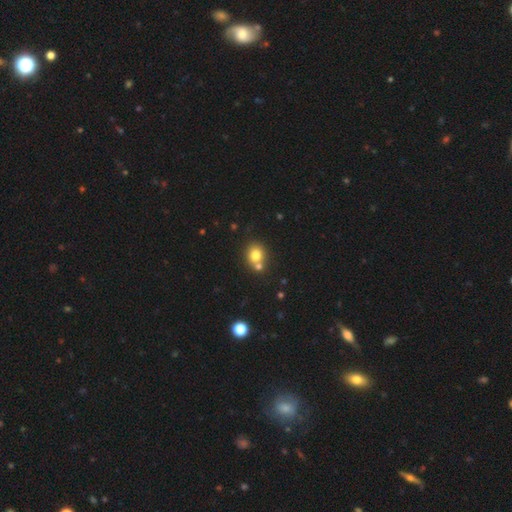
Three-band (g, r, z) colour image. It shows a smooth galaxy with no disk features (72%) that is round (68%). Merging: none (66%).